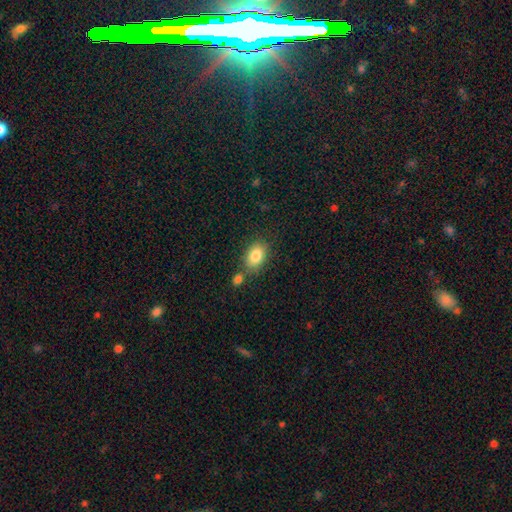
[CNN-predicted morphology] Smooth or featured: smooth — 84% (featured or disk — 8%)
How rounded: in between — 82% (round — 16%)
Merging: none — 67% (merger — 15%)